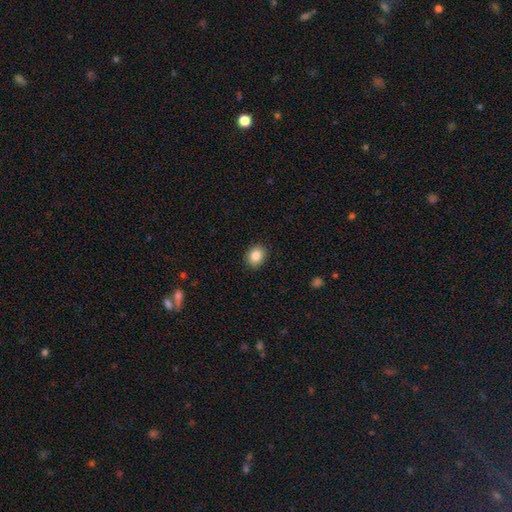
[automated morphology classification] Smooth or featured? Predicted: smooth (p=0.85). How rounded? Predicted: round (p=0.61). Merging? Predicted: none (p=0.90).